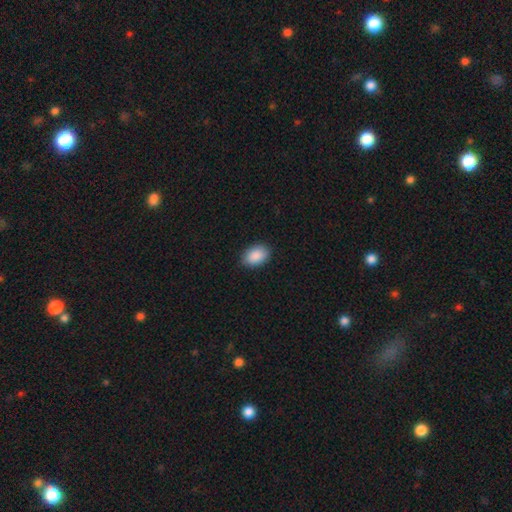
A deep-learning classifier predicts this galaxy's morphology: Smooth or featured?
  - smooth: 90% *
  - star or artifact: 6%
  - featured or disk: 3%
How rounded?
  - in between: 87% *
  - round: 12%
  - cigar-shaped: 1%
Merging?
  - none: 88% *
  - minor disturbance: 9%
  - major disturbance: 2%
  - merger: 1%